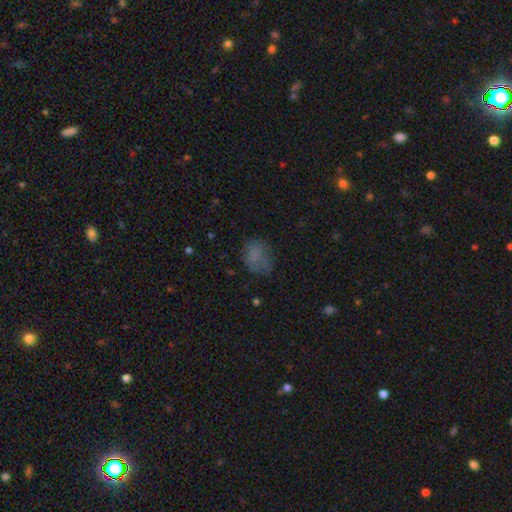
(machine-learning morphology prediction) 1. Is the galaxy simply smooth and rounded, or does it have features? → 72% smooth, 16% star or artifact, 13% featured or disk.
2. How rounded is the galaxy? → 59% in between, 40% round, 1% cigar-shaped.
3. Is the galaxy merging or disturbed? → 53% none, 27% minor disturbance, 18% major disturbance, 2% merger.